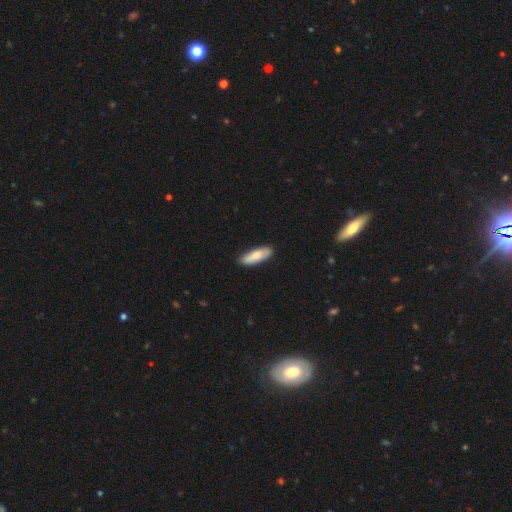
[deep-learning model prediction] Smooth or featured? Predicted: smooth (p=0.79). How rounded? Predicted: in between (p=0.53). Merging? Predicted: none (p=0.89).